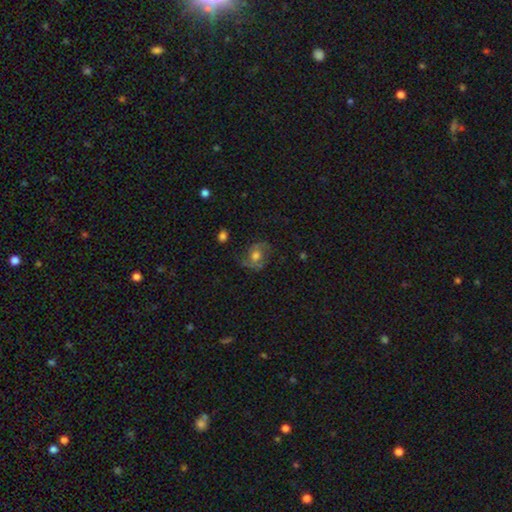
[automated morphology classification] This is possibly a featured or disk galaxy (56%). It is clearly not viewed edge-on (96%). Bar: likely no (67%). Spiral arm pattern: likely yes (75%). Central bulge: possibly moderate (54%). Merging: likely none (64%).